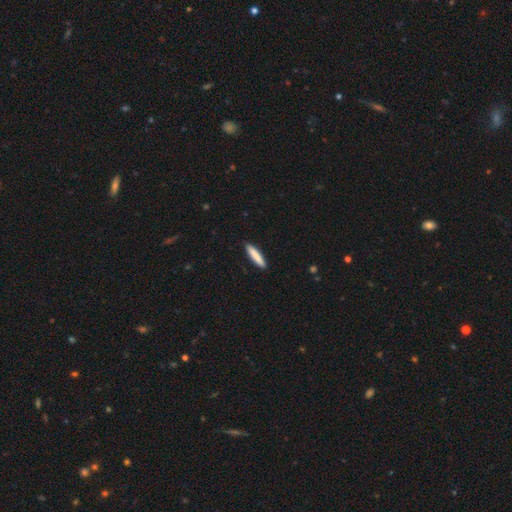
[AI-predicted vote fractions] A smooth galaxy with no disk features (85%) that is cigar-shaped (89%). Merging: none (91%).